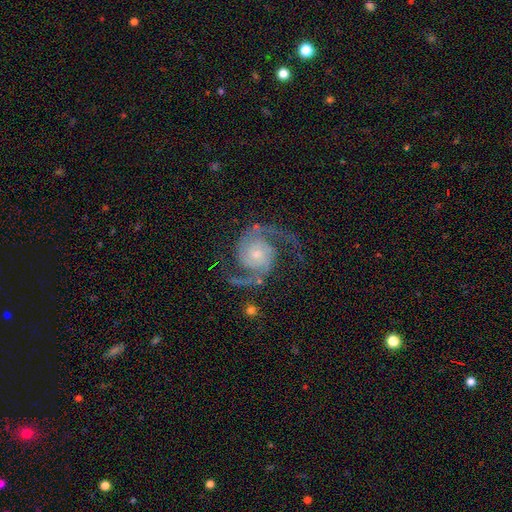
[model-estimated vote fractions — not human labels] Q: Smooth or featured?
A: featured or disk (92%); runner-up: star or artifact (5%)
Q: Edge-on disk?
A: no (98%); runner-up: yes (2%)
Q: Bar?
A: no (71%); runner-up: weak (22%)
Q: Spiral arms?
A: yes (99%); runner-up: no (1%)
Q: Spiral winding?
A: medium (59%); runner-up: tight (25%)
Q: Spiral arm count?
A: 2 (93%); runner-up: 3 (2%)
Q: Bulge size?
A: small (62%); runner-up: moderate (29%)
Q: Merging?
A: none (80%); runner-up: minor disturbance (12%)